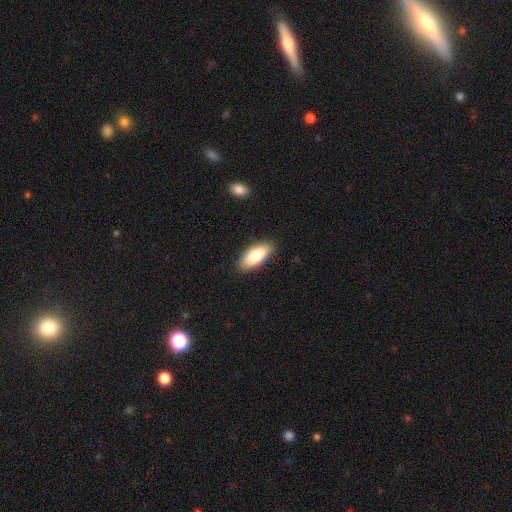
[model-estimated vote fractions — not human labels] Smooth or featured? smooth (81%)
How rounded? in between (85%)
Merging? none (89%)